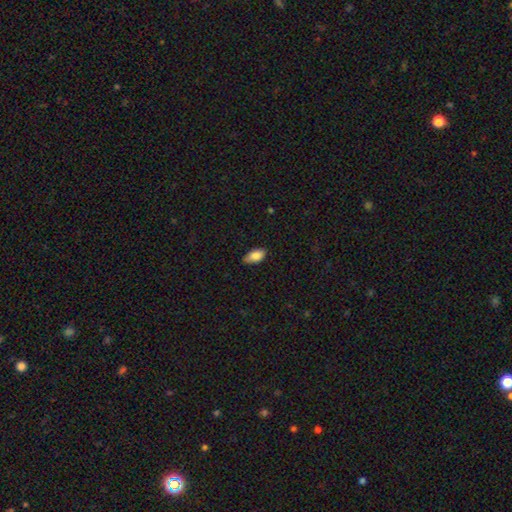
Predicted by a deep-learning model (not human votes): Smooth or featured? smooth (84%)
How rounded? in between (92%)
Merging? none (78%)